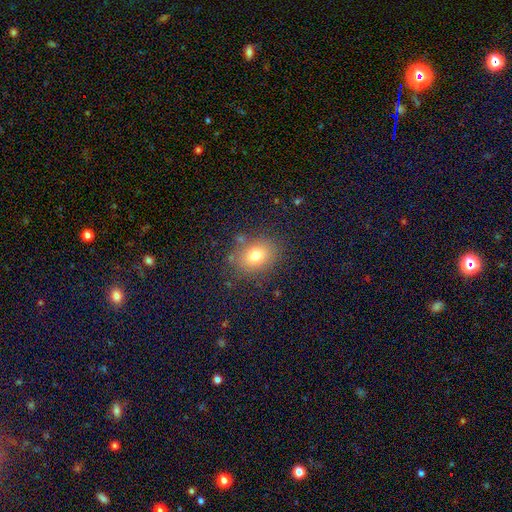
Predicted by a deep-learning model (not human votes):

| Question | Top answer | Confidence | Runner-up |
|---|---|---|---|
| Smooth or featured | smooth | 76% | star or artifact (13%) |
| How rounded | in between | 57% | round (42%) |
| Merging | none | 80% | minor disturbance (12%) |